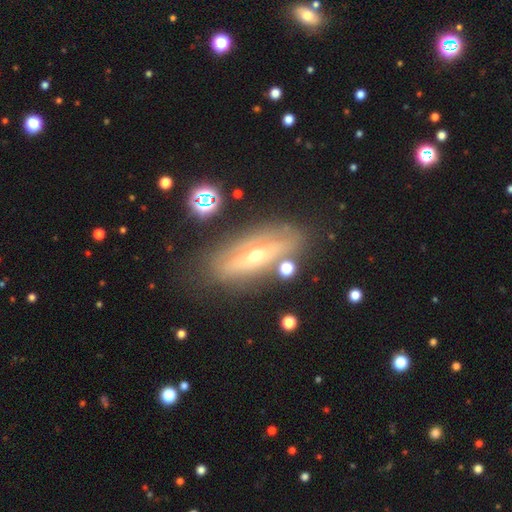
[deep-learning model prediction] Morphology: type=featured or disk (67%); edge-on=no (50%, tied with yes); merging=none (73%).